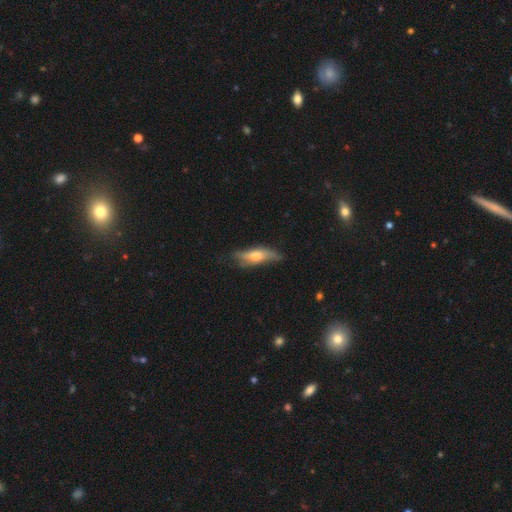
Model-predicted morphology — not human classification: smooth-or-featured: smooth: 51% | featured or disk: 43% | star or artifact: 7%
  how-rounded: cigar-shaped: 52% | in between: 45% | round: 3%
  merging: none: 58% | minor disturbance: 30% | major disturbance: 10% | merger: 2%